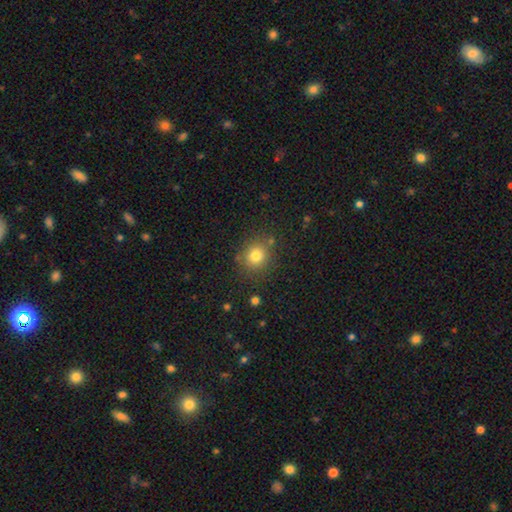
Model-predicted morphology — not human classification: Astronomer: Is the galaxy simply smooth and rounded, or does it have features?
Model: smooth — 78%.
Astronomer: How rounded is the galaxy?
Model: round — 83%.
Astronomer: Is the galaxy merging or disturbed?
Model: none — 82%.